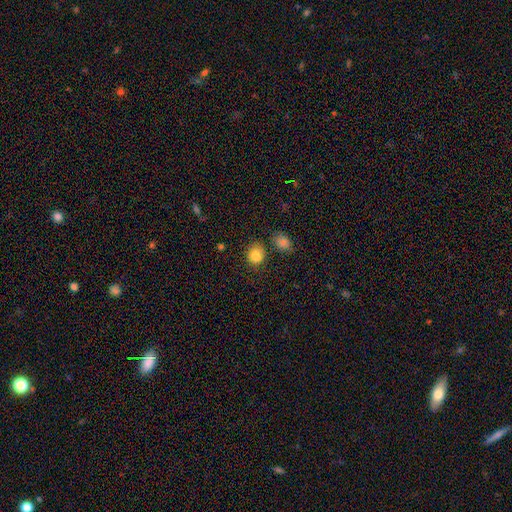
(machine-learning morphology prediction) A smooth galaxy with no disk features (85%) that is round (65%). Merging: none (76%).